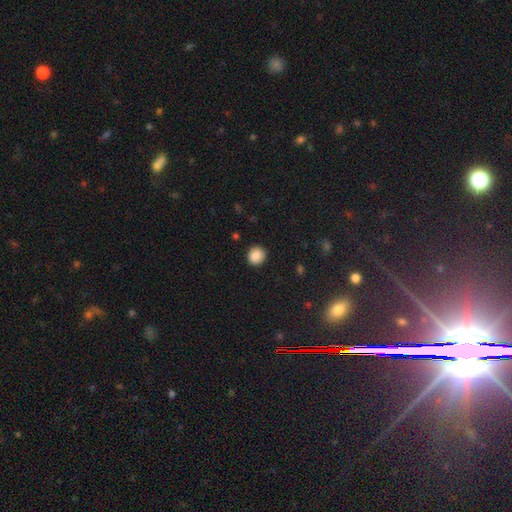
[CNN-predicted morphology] type=smooth (88%); roundness=round (88%); merging=none (90%).